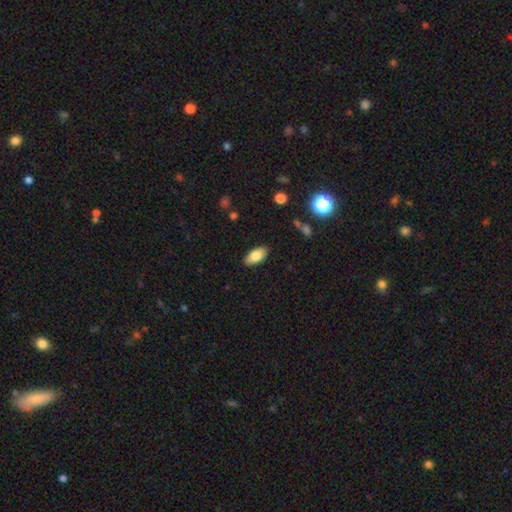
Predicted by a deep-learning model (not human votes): A smooth galaxy with no disk features (82%) that is in between round and cigar-shaped (93%).

Vote fractions:
- Smooth or featured? smooth: 82% / featured or disk: 11% / star or artifact: 7%
- How rounded? in between: 93% / cigar-shaped: 4% / round: 3%
- Merging? none: 87% / minor disturbance: 9% / major disturbance: 2% / merger: 1%